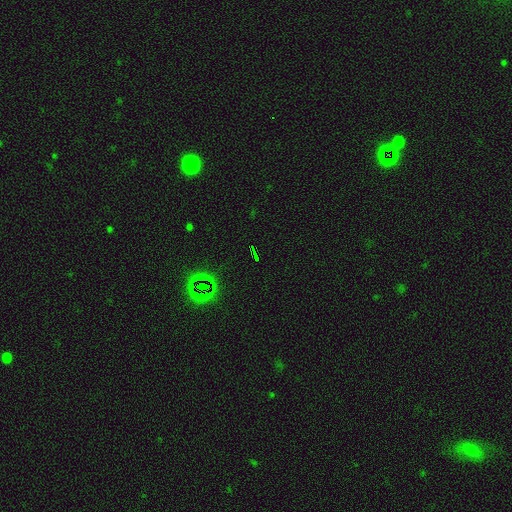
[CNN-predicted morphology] Smooth or featured? Predicted: star or artifact (p=0.77).